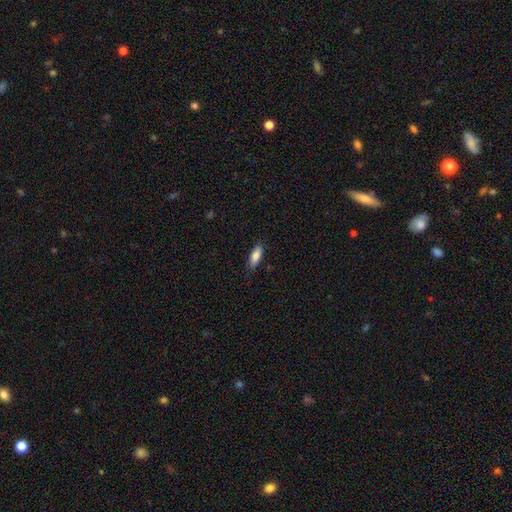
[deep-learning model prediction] Smooth or featured? smooth (83%)
How rounded? in between (66%)
Merging? none (83%)